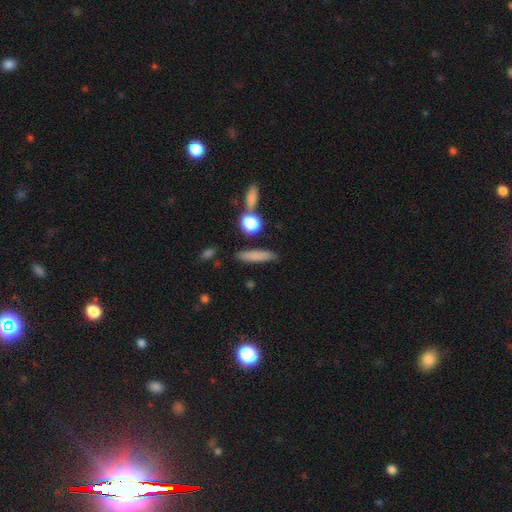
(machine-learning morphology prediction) smooth-or-featured: smooth: 77% | featured or disk: 14% | star or artifact: 9%
  how-rounded: cigar-shaped: 80% | in between: 15% | round: 6%
  merging: none: 83% | minor disturbance: 10% | merger: 5% | major disturbance: 3%